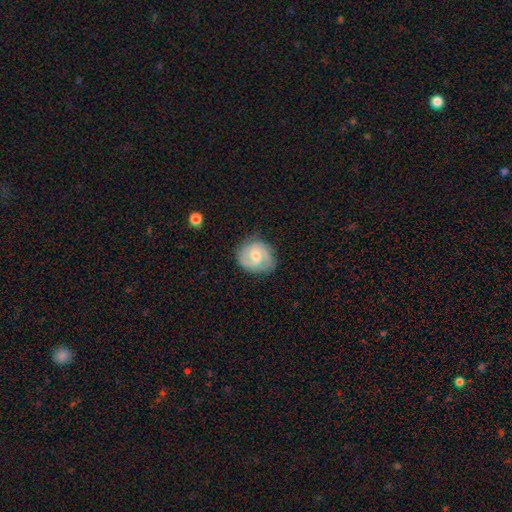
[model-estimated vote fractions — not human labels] Smooth or featured? Predicted: featured or disk (p=0.76). Edge-on disk? Predicted: no (p=0.98). Bar? Predicted: no (p=0.51). Spiral arms? Predicted: yes (p=0.95). Spiral winding? Predicted: medium (p=0.44, tied with tight). Spiral arm count? Predicted: 2 (p=0.69). Bulge size? Predicted: moderate (p=0.49). Merging? Predicted: none (p=0.77).